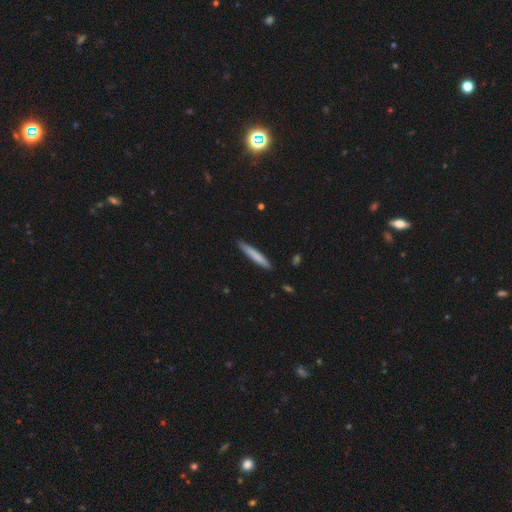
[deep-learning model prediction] Smooth or featured?
  - smooth: 76% *
  - featured or disk: 19%
  - star or artifact: 5%
How rounded?
  - cigar-shaped: 95% *
  - in between: 4%
  - round: 1%
Merging?
  - none: 89% *
  - minor disturbance: 8%
  - major disturbance: 1%
  - merger: 1%